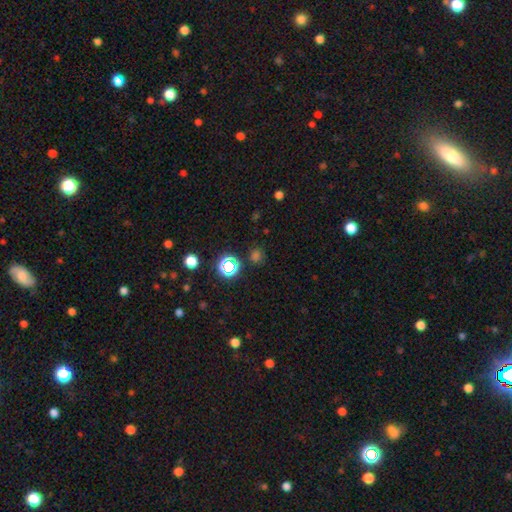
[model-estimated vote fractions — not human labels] Smooth or featured? smooth (49%)
Merging? none (83%)